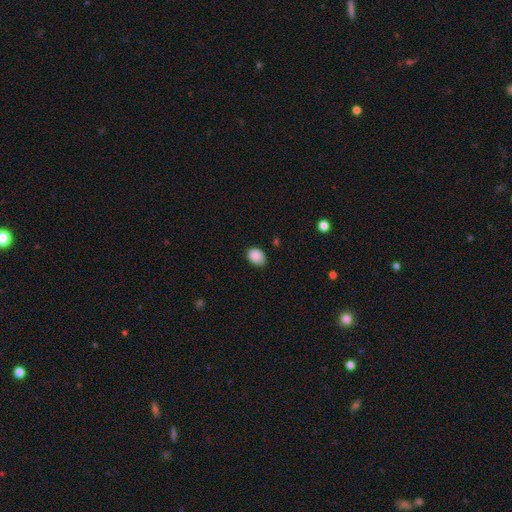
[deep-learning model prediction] This is clearly a smooth galaxy (89%). How rounded: likely in between (69%). Merging: likely none (80%).